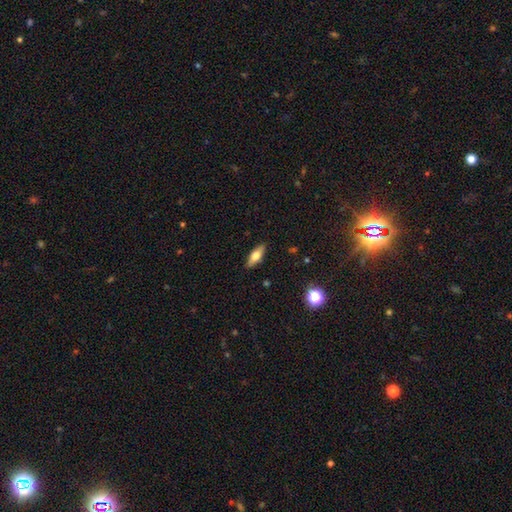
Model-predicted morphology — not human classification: smooth_or_featured: smooth (p=0.55) [alt: featured or disk p=0.38]
how_rounded: in between (p=0.60) [alt: cigar-shaped p=0.36]
merging: none (p=0.89) [alt: minor disturbance p=0.08]